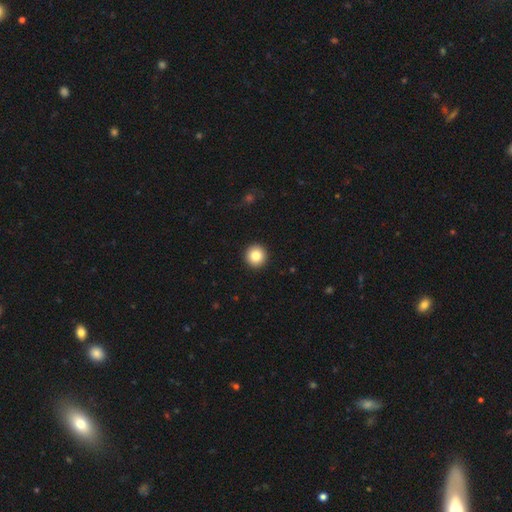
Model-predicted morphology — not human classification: A smooth galaxy with no disk features (85%) that is round (95%). Merging: none (93%).